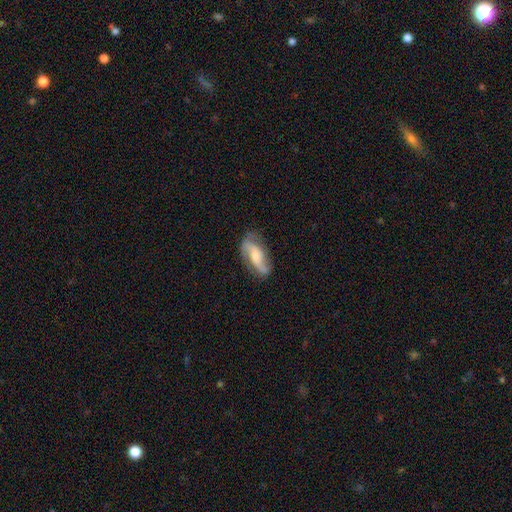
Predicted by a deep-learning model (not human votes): smooth_or_featured: featured or disk (p=0.67) [alt: smooth p=0.26]
disk_edge_on: no (p=0.92) [alt: yes p=0.08]
bar: no (p=0.52) [alt: weak p=0.34]
has_spiral_arms: yes (p=0.91) [alt: no p=0.09]
spiral_winding: loose (p=0.46) [alt: medium p=0.38]
spiral_arm_count: 2 (p=0.84) [alt: can't tell p=0.07]
bulge_size: moderate (p=0.41) [alt: small p=0.38]
merging: none (p=0.69) [alt: minor disturbance p=0.20]